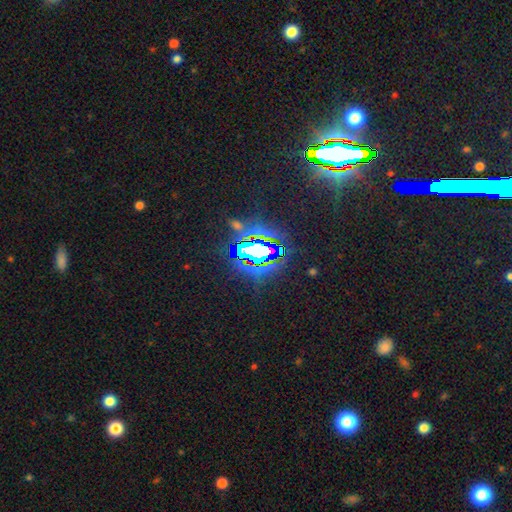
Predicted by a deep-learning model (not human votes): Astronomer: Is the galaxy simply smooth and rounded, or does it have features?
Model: star or artifact — 75%.